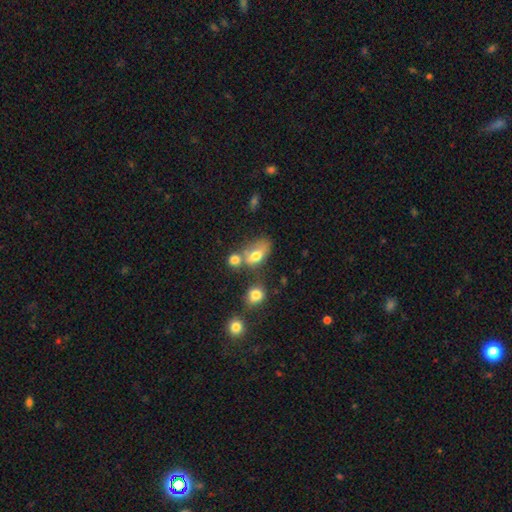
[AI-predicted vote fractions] Overall: smooth (69%). How rounded: in between (80%). Merging: merger (37%; none 34%).